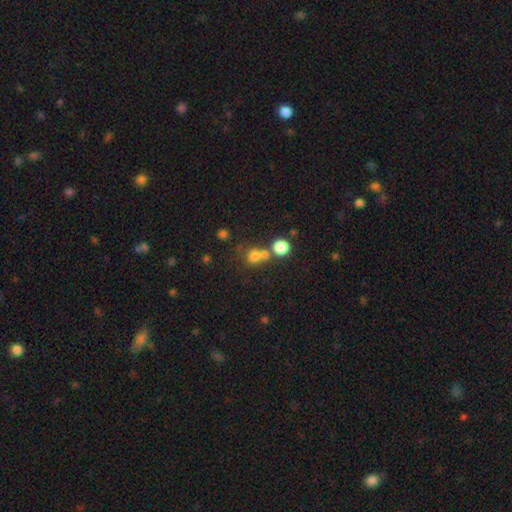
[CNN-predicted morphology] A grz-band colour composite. It shows a smooth galaxy with no disk features (71%) that is round (84%). Merging: none (49%).